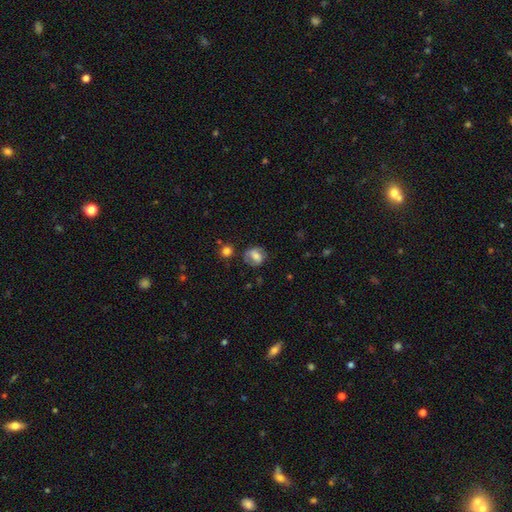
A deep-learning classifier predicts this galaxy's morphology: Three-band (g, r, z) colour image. It shows a smooth galaxy with no disk features (58%) that is round (55%). Merging: none (66%).